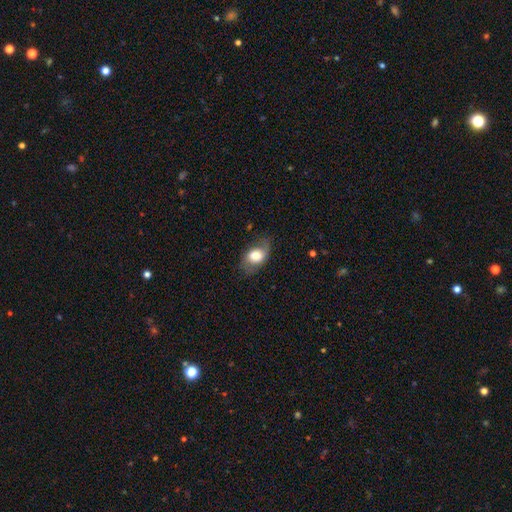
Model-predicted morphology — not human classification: A smooth galaxy with no disk features (67%) that is in between round and cigar-shaped (82%).

Vote fractions:
- Smooth or featured? smooth: 67% / featured or disk: 25% / star or artifact: 8%
- How rounded? in between: 82% / round: 16% / cigar-shaped: 2%
- Merging? none: 61% / minor disturbance: 26% / major disturbance: 12% / merger: 1%